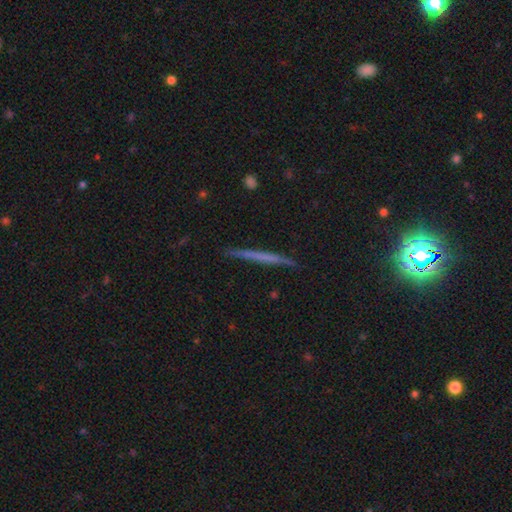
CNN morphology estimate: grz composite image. It shows a featured or disk galaxy (49%). Merging: none (90%).